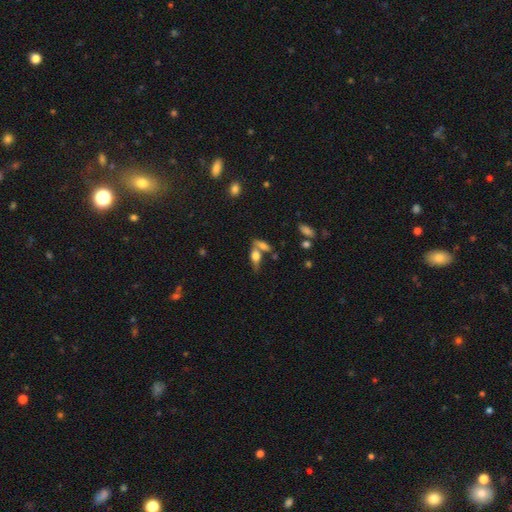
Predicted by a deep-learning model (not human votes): Overall: smooth (55%; featured or disk 35%). How rounded: in between (66%; cigar-shaped 28%). Merging: none (48%; merger 34%).